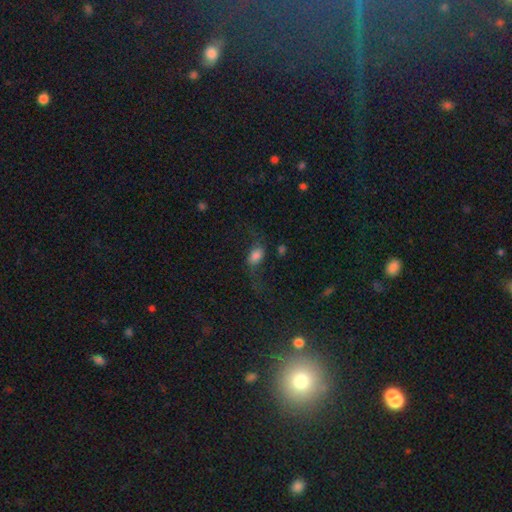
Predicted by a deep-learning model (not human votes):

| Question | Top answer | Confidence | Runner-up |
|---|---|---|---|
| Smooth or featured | smooth | 58% | featured or disk (30%) |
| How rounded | in between | 83% | round (13%) |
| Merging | none | 48% | major disturbance (29%) |